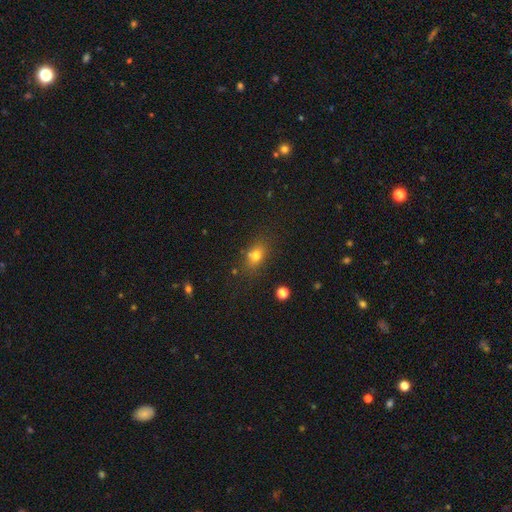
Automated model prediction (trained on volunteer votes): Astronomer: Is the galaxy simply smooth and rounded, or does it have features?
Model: smooth — 73%.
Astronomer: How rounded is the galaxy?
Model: in between — 64%.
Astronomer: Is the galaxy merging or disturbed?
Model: none — 70%.